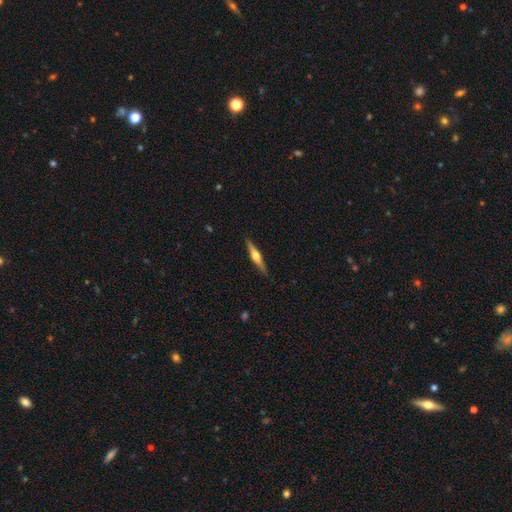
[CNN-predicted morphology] The model was most divided on "smooth or featured": featured or disk: 68%, smooth: 26%, star or artifact: 5%. More confident: edge-on disk — yes (98%); edge-on bulge — rounded (94%); merging — none (90%).